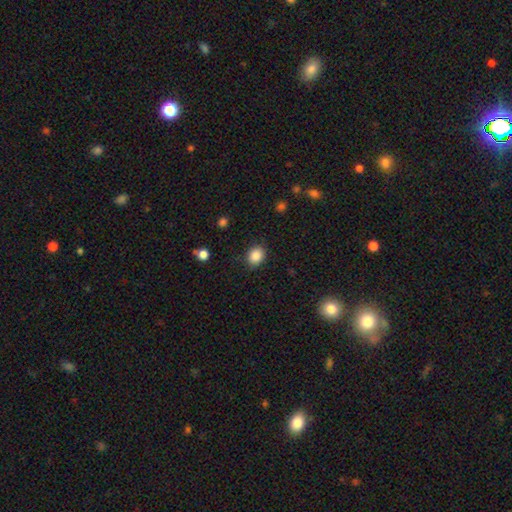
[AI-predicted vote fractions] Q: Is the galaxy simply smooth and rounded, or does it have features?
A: smooth — 87%.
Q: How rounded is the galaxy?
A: round — 51%.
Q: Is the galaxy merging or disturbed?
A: none — 85%.